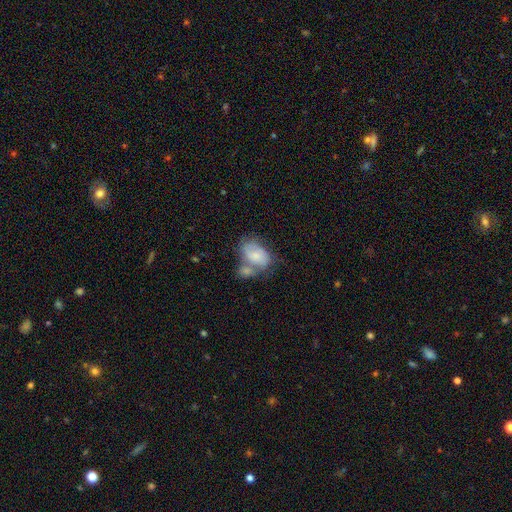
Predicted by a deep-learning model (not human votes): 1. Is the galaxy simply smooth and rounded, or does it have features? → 66% smooth, 27% featured or disk, 7% star or artifact.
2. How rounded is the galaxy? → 83% in between, 15% round, 1% cigar-shaped.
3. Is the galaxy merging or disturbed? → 54% merger, 22% none, 15% minor disturbance, 9% major disturbance.